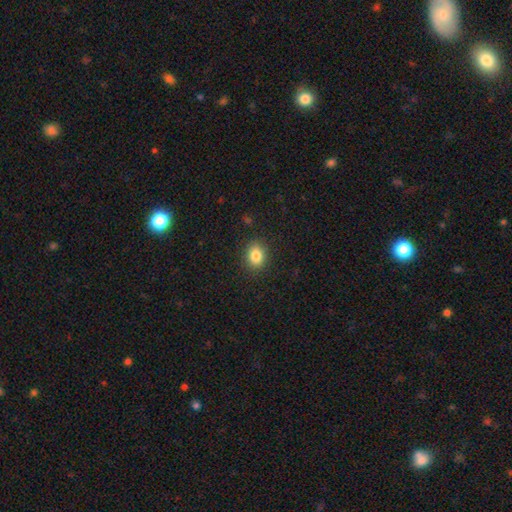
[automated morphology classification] A smooth galaxy with no disk features (84%) that is round (55%).

Vote fractions:
- Smooth or featured? smooth: 84% / star or artifact: 10% / featured or disk: 6%
- How rounded? round: 55% / in between: 44% / cigar-shaped: 1%
- Merging? none: 89% / minor disturbance: 8% / major disturbance: 2% / merger: 1%